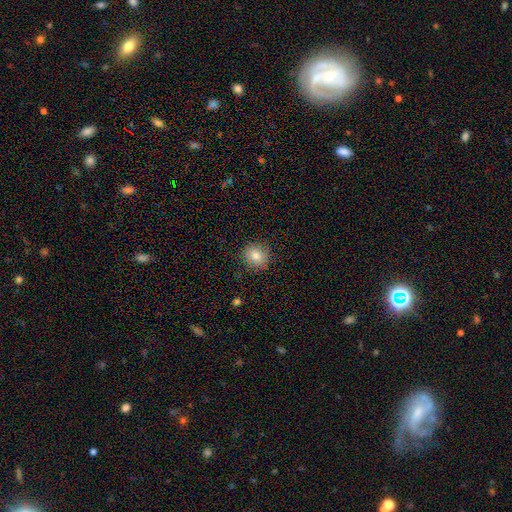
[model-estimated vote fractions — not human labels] Smooth or featured? Predicted: smooth (p=0.82). How rounded? Predicted: round (p=0.85). Merging? Predicted: none (p=0.87).